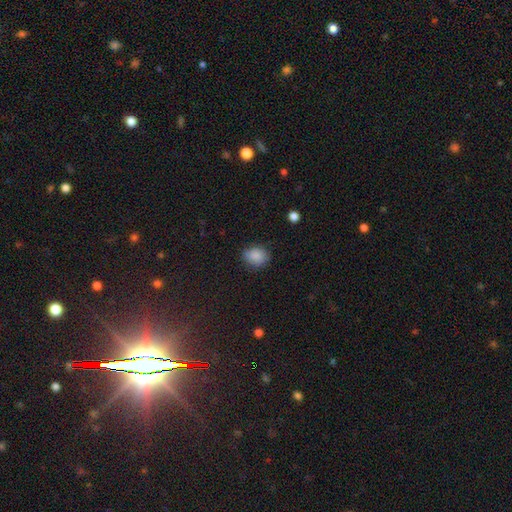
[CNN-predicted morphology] The model was most divided on "how rounded": round: 61%, in between: 38%, cigar-shaped: 1%. More confident: smooth or featured — smooth (87%); merging — none (78%).